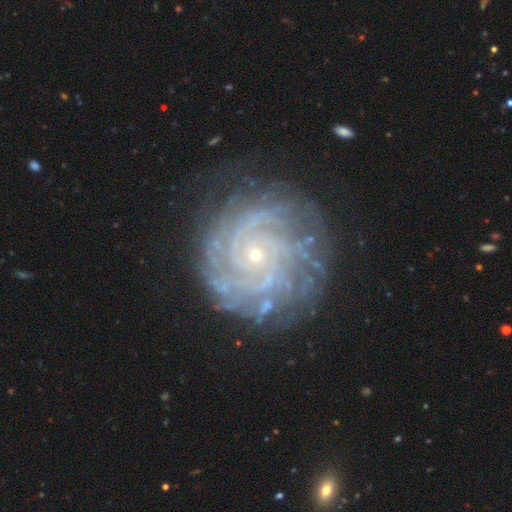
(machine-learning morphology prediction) This is clearly a featured or disk galaxy (90%). It is clearly not viewed edge-on (98%). Bar: likely no (79%). Spiral arm pattern: clearly yes (98%). Spiral arm count: marginally can't tell (21%, tied with 4). Spiral winding: clearly tight (82%). Central bulge: clearly small (84%). Merging: likely none (79%).